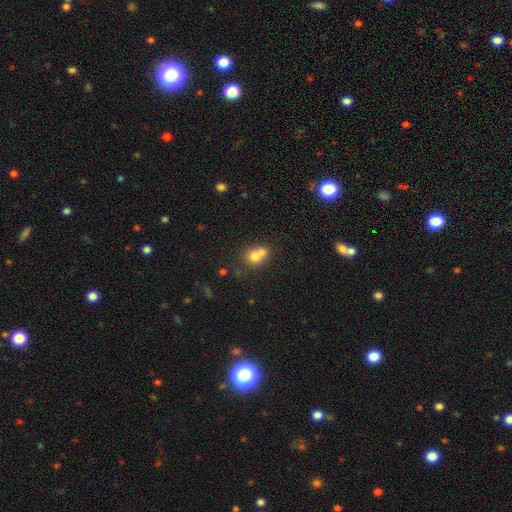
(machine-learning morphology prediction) Smooth or featured? Predicted: smooth (p=0.70). How rounded? Predicted: round (p=0.68). Merging? Predicted: merger (p=0.61).